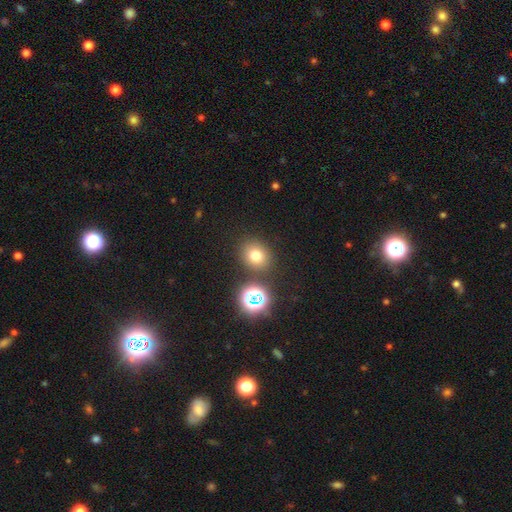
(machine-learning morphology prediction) Smooth or featured?
  - smooth: 73% *
  - star or artifact: 19%
  - featured or disk: 8%
How rounded?
  - round: 71% *
  - in between: 28%
  - cigar-shaped: 1%
Merging?
  - none: 81% *
  - minor disturbance: 9%
  - merger: 8%
  - major disturbance: 3%